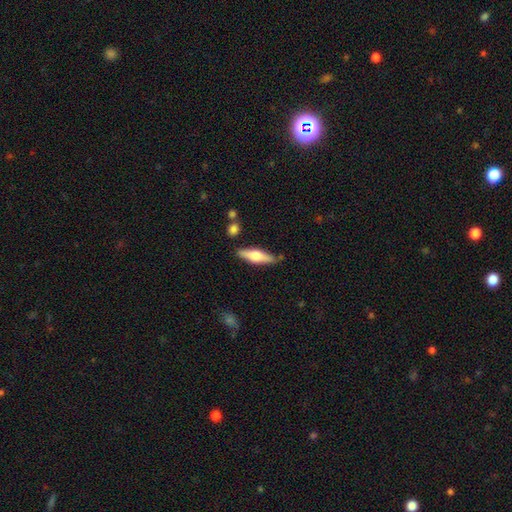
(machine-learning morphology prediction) A featured or disk galaxy (48%). Merging: none (82%).